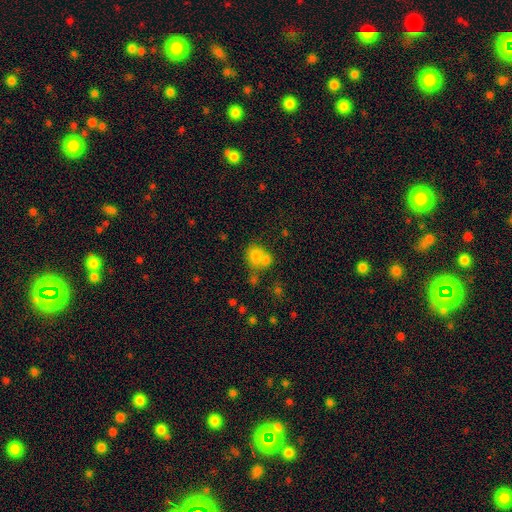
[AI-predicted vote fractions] Smooth or featured: smooth — 75% (featured or disk — 13%)
How rounded: round — 58% (in between — 41%)
Merging: merger — 51% (none — 33%)